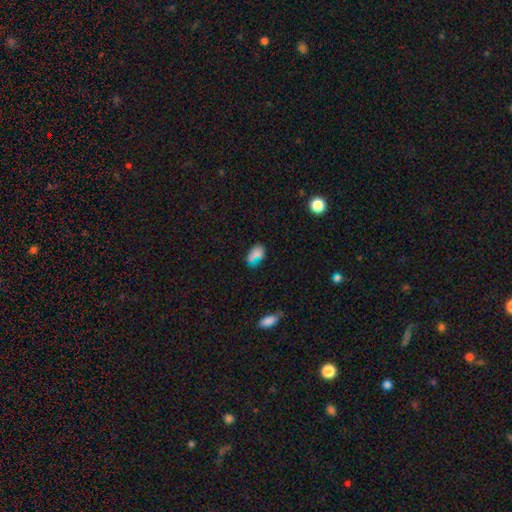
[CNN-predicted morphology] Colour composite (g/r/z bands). It shows a smooth galaxy with no disk features (69%) that is in between round and cigar-shaped (90%). Merging: none (69%).